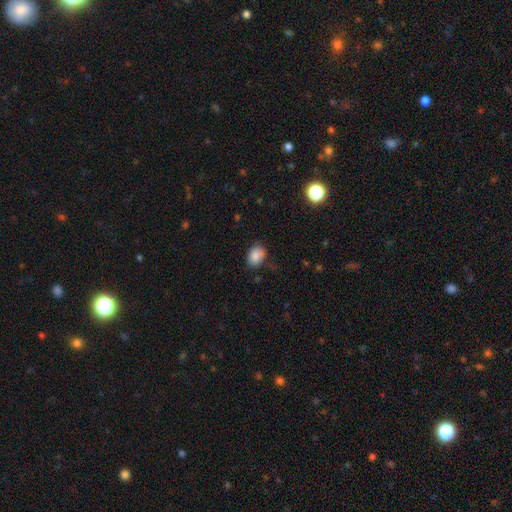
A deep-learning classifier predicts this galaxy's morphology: type=smooth (85%); roundness=in between (72%); merging=none (74%).